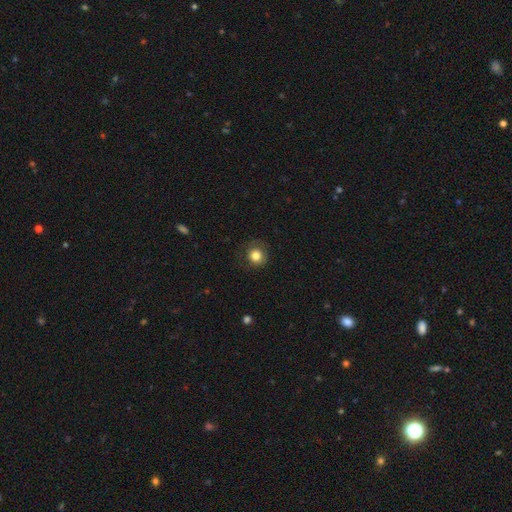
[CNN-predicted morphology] A smooth galaxy with no disk features (82%) that is round (91%).

Vote fractions:
- Smooth or featured? smooth: 82% / star or artifact: 11% / featured or disk: 7%
- How rounded? round: 91% / in between: 9% / cigar-shaped: 1%
- Merging? none: 82% / minor disturbance: 12% / major disturbance: 5% / merger: 1%